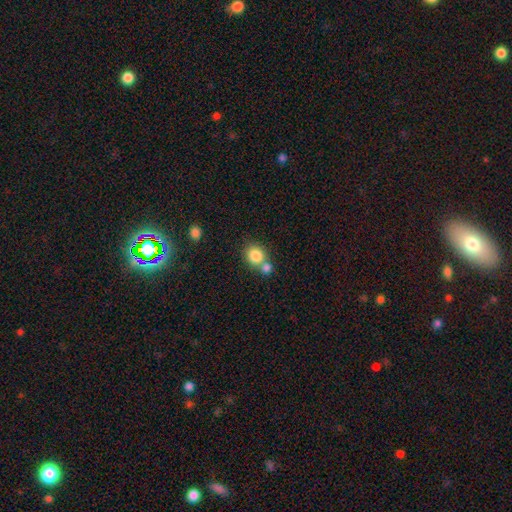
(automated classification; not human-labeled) Smooth or featured: smooth — 83% (star or artifact — 9%)
How rounded: round — 78% (in between — 21%)
Merging: none — 50% (merger — 38%)